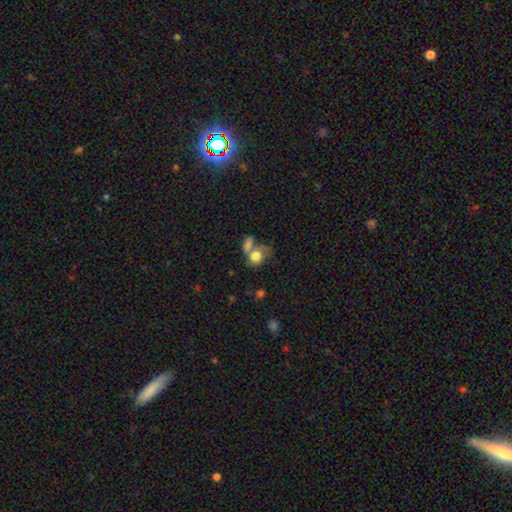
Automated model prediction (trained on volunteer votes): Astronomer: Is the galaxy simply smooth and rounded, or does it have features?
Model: smooth — 69%.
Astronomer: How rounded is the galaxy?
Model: round — 56% (runner-up: in between, 42%).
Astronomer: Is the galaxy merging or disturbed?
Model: merger — 48% (runner-up: none, 25%).